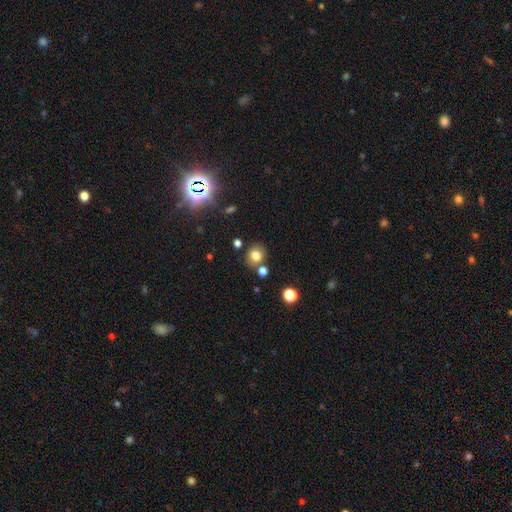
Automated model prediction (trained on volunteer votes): Q: Smooth or featured?
A: smooth (77%); runner-up: star or artifact (14%)
Q: How rounded?
A: round (72%); runner-up: in between (27%)
Q: Merging?
A: none (76%); runner-up: minor disturbance (11%)